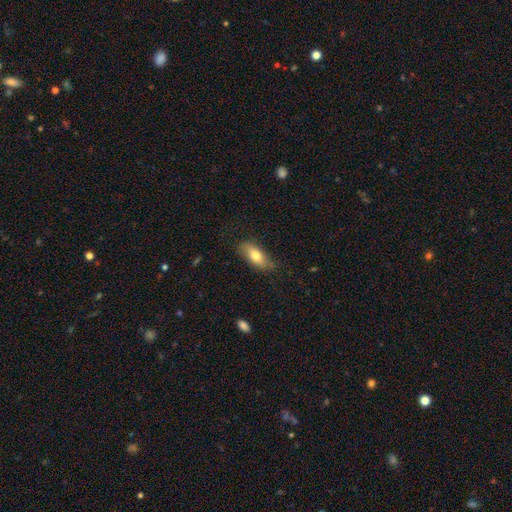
Overall: smooth (79%). How rounded: in between (84%). Merging: none (55%; minor disturbance 39%).